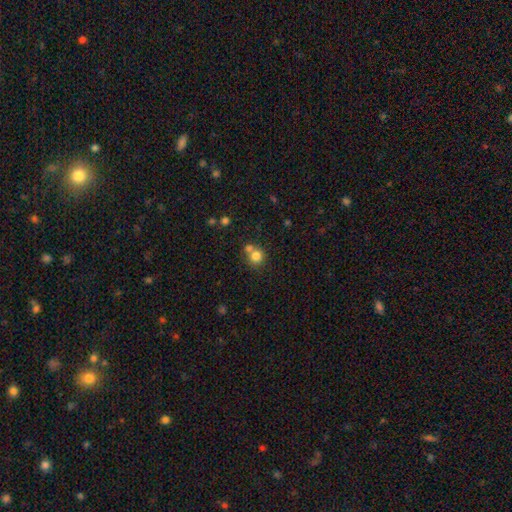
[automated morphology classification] This appears to be a smooth galaxy with no disk features (79%) that is round (86%). Merging: none (51%).